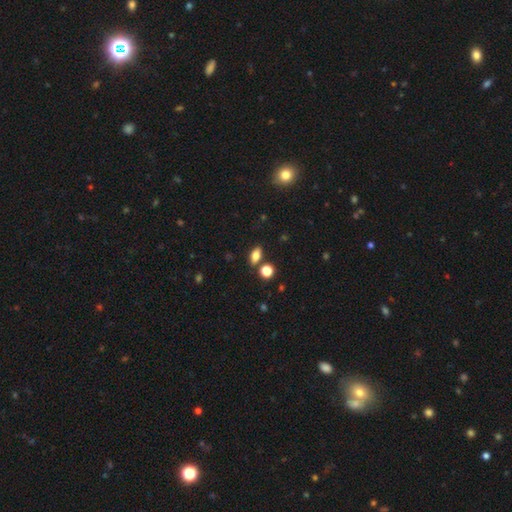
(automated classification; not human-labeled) smooth-or-featured: smooth: 78% | star or artifact: 11% | featured or disk: 11%
  how-rounded: in between: 81% | round: 11% | cigar-shaped: 8%
  merging: none: 78% | minor disturbance: 11% | merger: 9% | major disturbance: 3%